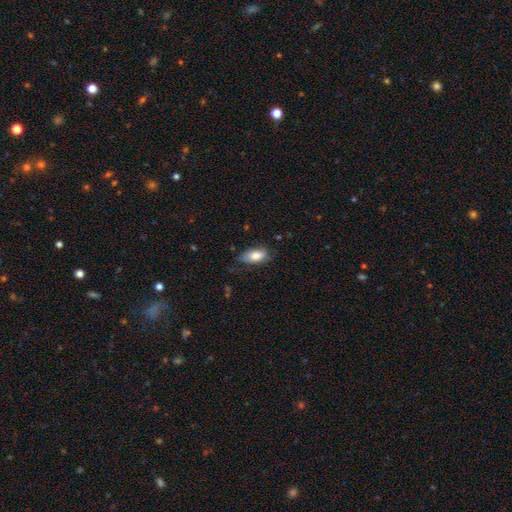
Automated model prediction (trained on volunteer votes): smooth-or-featured: smooth: 81% | featured or disk: 12% | star or artifact: 7%
  how-rounded: in between: 90% | cigar-shaped: 7% | round: 4%
  merging: none: 66% | minor disturbance: 26% | major disturbance: 7% | merger: 1%